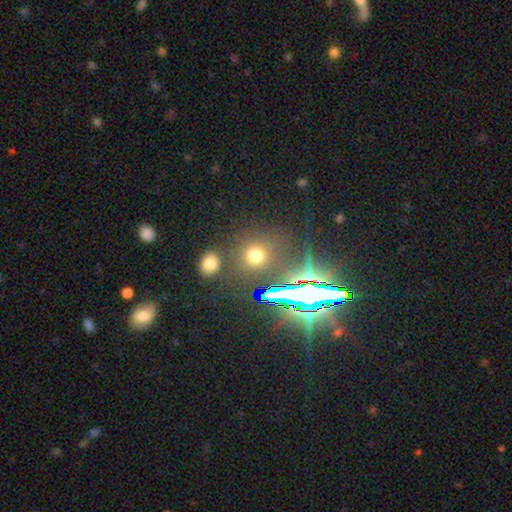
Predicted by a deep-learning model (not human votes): Overall: smooth (59%; star or artifact 32%). How rounded: round (81%). Merging: none (80%).